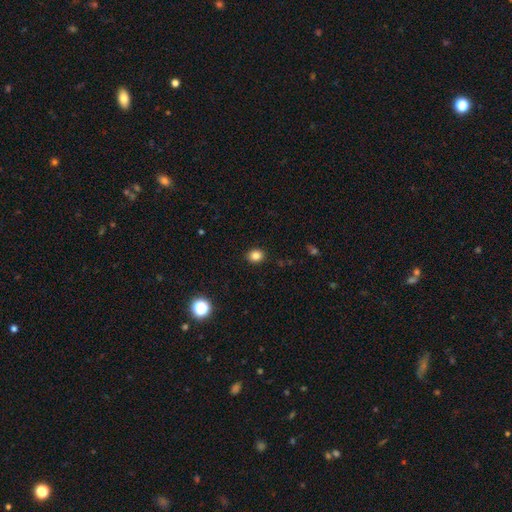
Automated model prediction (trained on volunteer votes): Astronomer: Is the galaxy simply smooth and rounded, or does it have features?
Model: smooth — 84%.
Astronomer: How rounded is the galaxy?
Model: round — 64%.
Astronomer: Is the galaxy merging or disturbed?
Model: none — 91%.